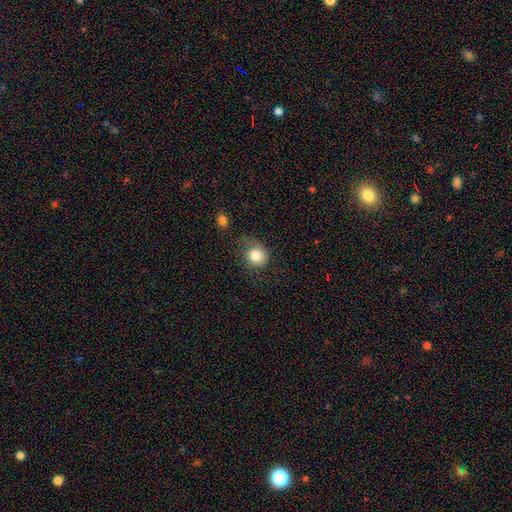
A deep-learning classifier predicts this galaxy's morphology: This is clearly a smooth galaxy (83%). How rounded: likely round (76%). Merging: possibly none (50%).